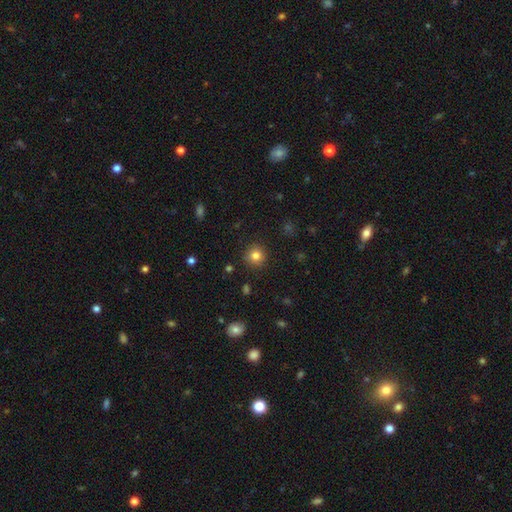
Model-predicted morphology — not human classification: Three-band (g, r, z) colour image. It shows a smooth galaxy with no disk features (82%) that is round (93%). Merging: none (90%).